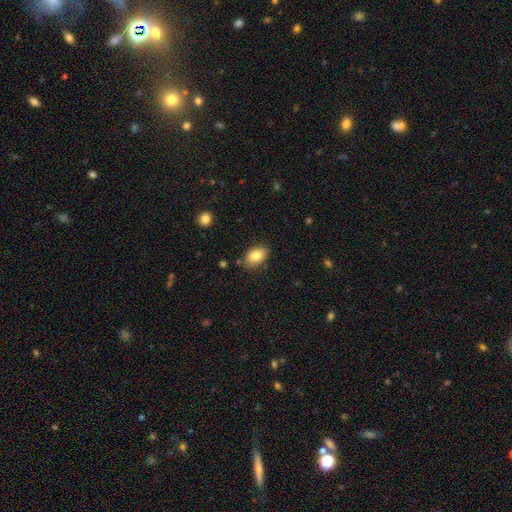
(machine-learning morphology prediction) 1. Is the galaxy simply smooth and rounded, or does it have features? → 83% smooth, 10% featured or disk, 8% star or artifact.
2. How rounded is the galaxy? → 86% in between, 13% round, 1% cigar-shaped.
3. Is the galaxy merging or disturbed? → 83% none, 12% minor disturbance, 3% major disturbance, 3% merger.